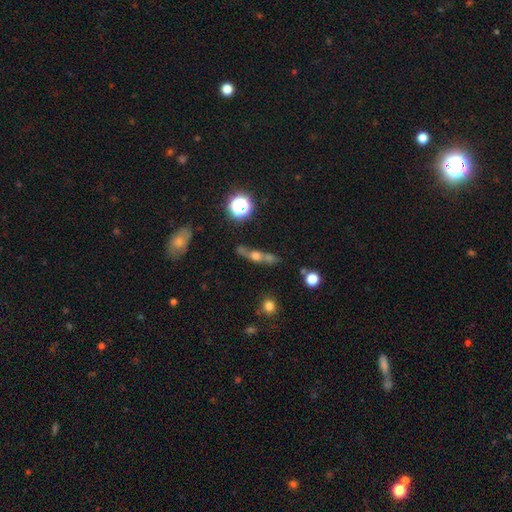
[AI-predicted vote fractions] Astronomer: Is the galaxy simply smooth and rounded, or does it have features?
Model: featured or disk — 42% (runner-up: smooth, 41%).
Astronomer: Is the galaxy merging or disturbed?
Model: none — 47% (runner-up: merger, 28%).